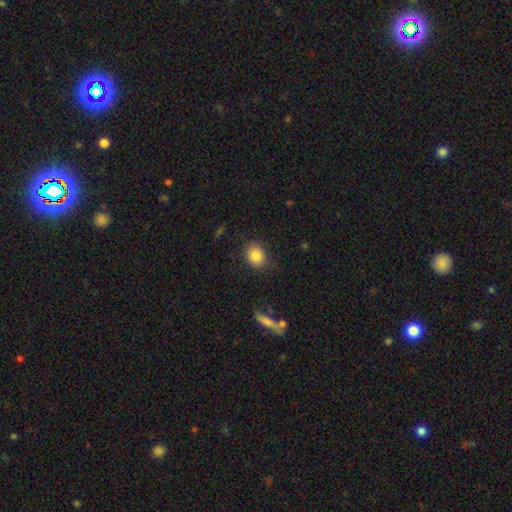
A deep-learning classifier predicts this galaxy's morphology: This appears to be a smooth galaxy with no disk features (85%) that is round (69%). Merging: none (84%).